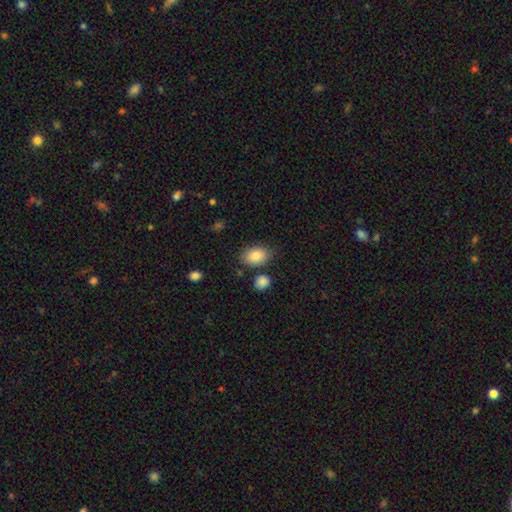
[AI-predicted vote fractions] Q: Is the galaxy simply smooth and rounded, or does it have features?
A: smooth — 85%.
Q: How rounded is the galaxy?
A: in between — 86%.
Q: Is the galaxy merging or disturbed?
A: none — 75%.